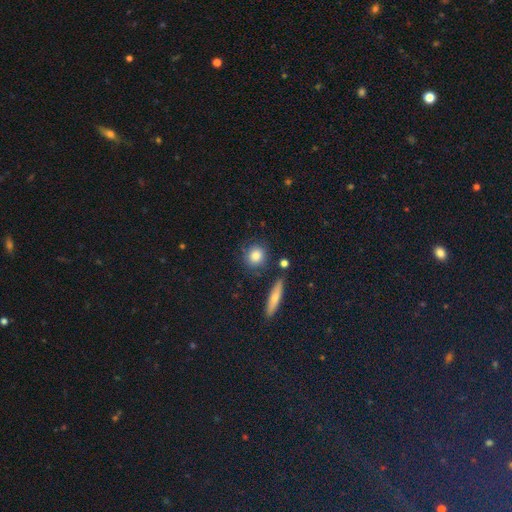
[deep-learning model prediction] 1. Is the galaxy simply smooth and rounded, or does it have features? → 82% smooth, 10% featured or disk, 9% star or artifact.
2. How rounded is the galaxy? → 76% round, 20% in between, 4% cigar-shaped.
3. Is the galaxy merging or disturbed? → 78% none, 13% minor disturbance, 6% merger, 4% major disturbance.